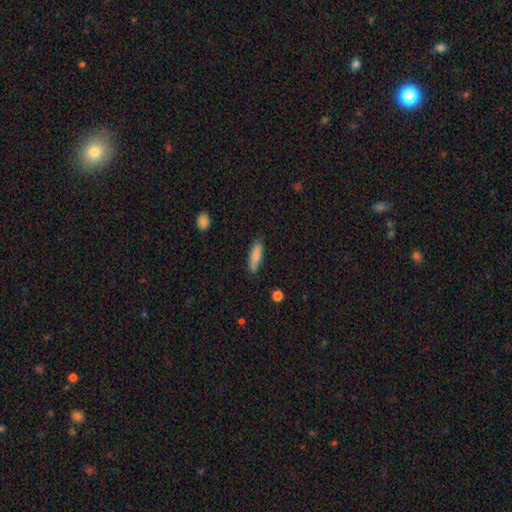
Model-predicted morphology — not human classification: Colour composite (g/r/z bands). It shows a smooth galaxy with no disk features (84%) that is cigar-shaped (63%). Merging: none (85%).